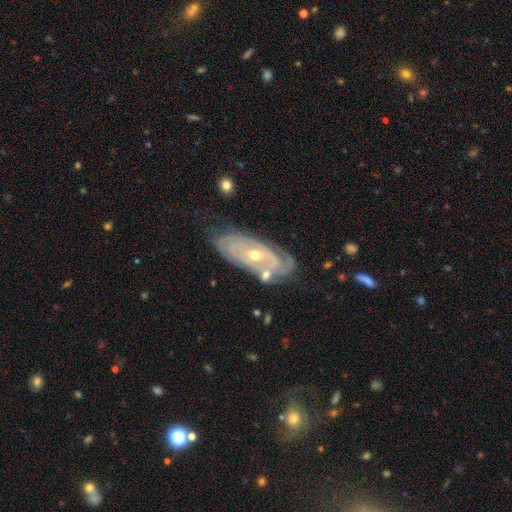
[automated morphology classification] Q: Smooth or featured?
A: featured or disk (80%); runner-up: smooth (13%)
Q: Edge-on disk?
A: no (90%); runner-up: yes (10%)
Q: Bar?
A: no (74%); runner-up: weak (20%)
Q: Spiral arms?
A: yes (84%); runner-up: no (16%)
Q: Spiral winding?
A: tight (71%); runner-up: medium (22%)
Q: Spiral arm count?
A: can't tell (47%); runner-up: 2 (29%)
Q: Bulge size?
A: small (51%); runner-up: moderate (46%)
Q: Merging?
A: none (64%); runner-up: minor disturbance (20%)